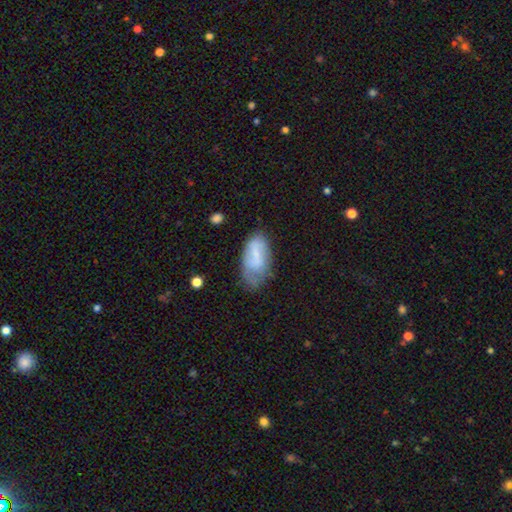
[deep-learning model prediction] This appears to be a smooth galaxy with no disk features (60%) that is in between round and cigar-shaped (91%). Merging: none (44%).